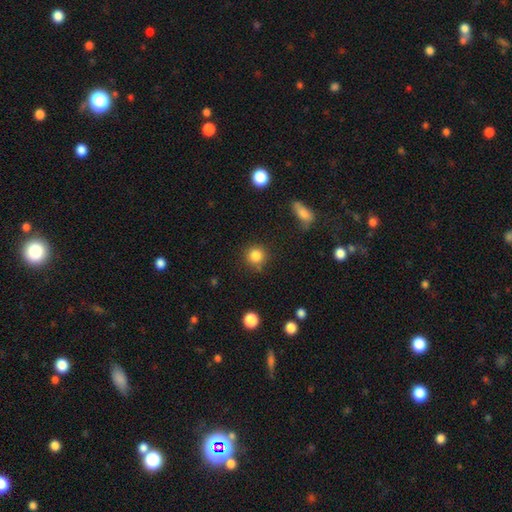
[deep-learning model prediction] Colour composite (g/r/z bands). It shows a smooth galaxy with no disk features (84%) that is round (92%). Merging: none (84%).